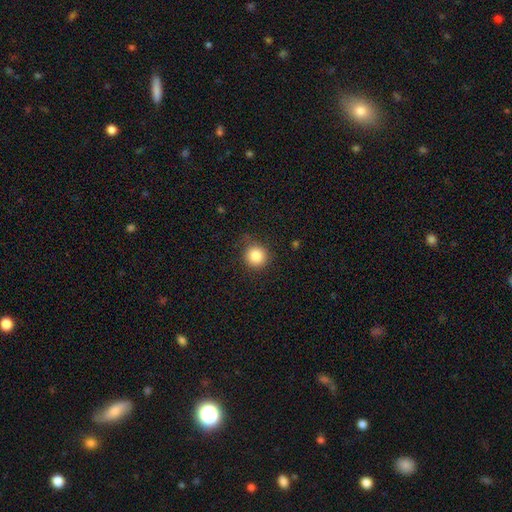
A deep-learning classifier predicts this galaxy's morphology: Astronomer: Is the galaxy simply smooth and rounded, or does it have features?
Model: smooth — 85%.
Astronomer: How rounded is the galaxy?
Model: round — 93%.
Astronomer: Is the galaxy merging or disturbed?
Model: none — 81%.